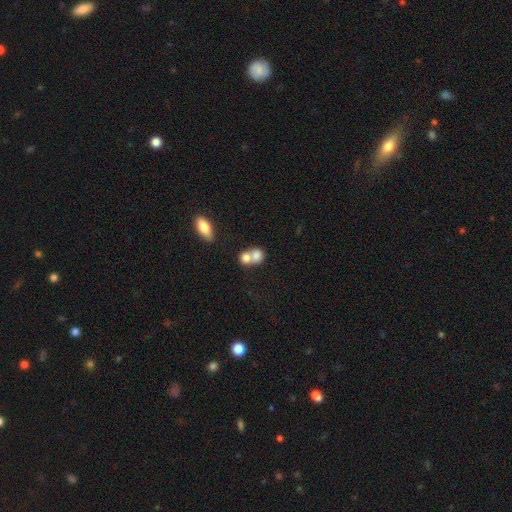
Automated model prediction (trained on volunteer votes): smooth-or-featured: smooth: 76% | featured or disk: 15% | star or artifact: 9%
  how-rounded: round: 62% | in between: 37% | cigar-shaped: 2%
  merging: merger: 66% | none: 25% | minor disturbance: 6% | major disturbance: 3%